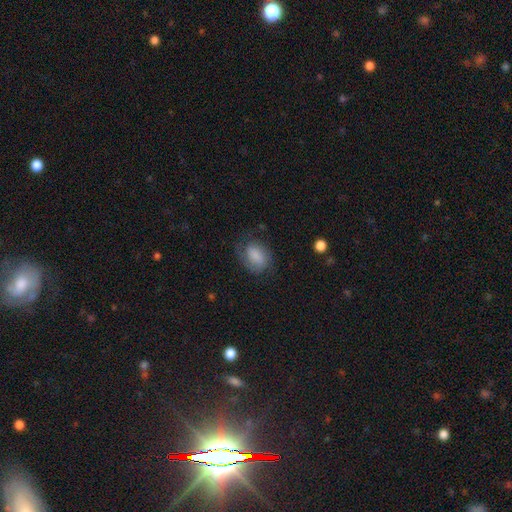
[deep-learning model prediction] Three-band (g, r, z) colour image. It shows a smooth galaxy with no disk features (67%) that is in between round and cigar-shaped (76%). Merging: none (60%).